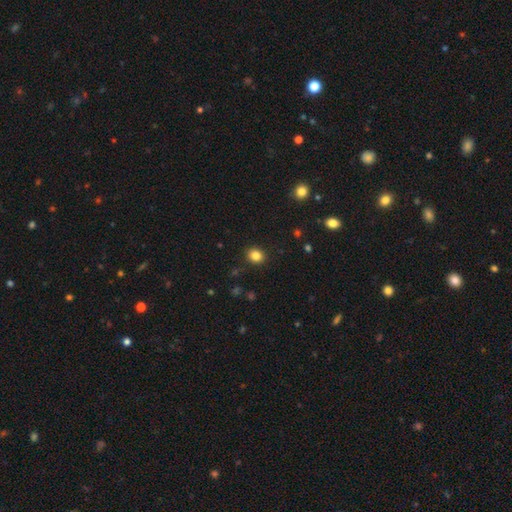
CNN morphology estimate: Overall: smooth (84%). How rounded: round (65%; in between 34%). Merging: none (90%).